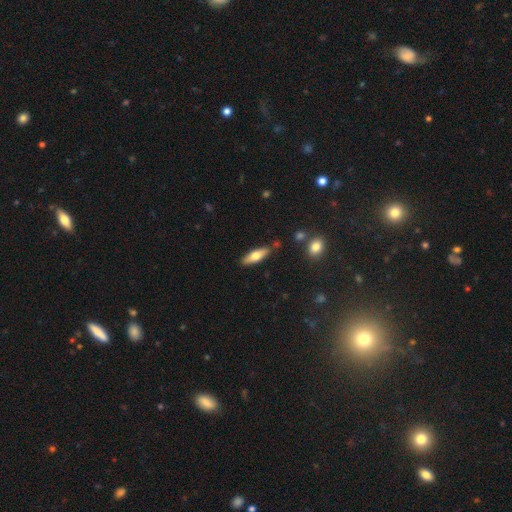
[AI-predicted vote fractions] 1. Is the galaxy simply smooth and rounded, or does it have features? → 61% smooth, 33% featured or disk, 6% star or artifact.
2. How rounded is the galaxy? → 50% cigar-shaped, 47% in between, 2% round.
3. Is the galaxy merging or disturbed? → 85% none, 10% minor disturbance, 3% merger, 2% major disturbance.